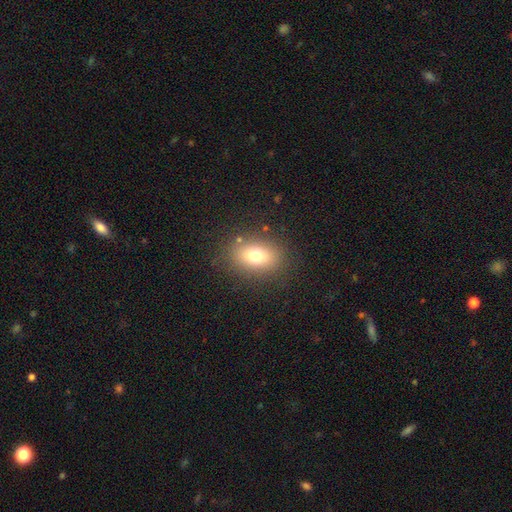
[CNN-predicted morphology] A smooth galaxy with no disk features (74%) that is in between round and cigar-shaped (70%). Merging: none (84%).